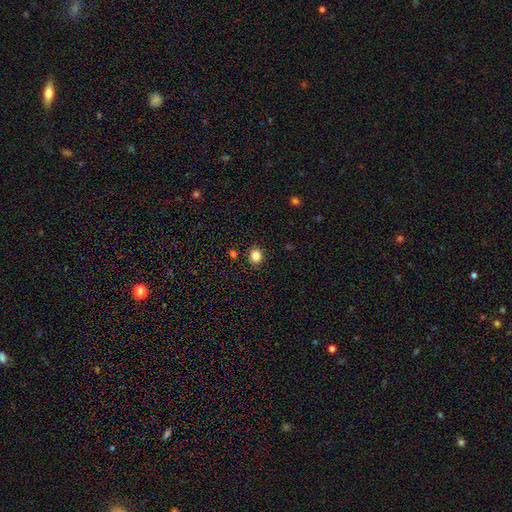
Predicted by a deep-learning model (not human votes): smooth 84%, star or artifact 12%, featured or disk 4%. Down the decision tree: how rounded — round (83%); merging — none (90%).